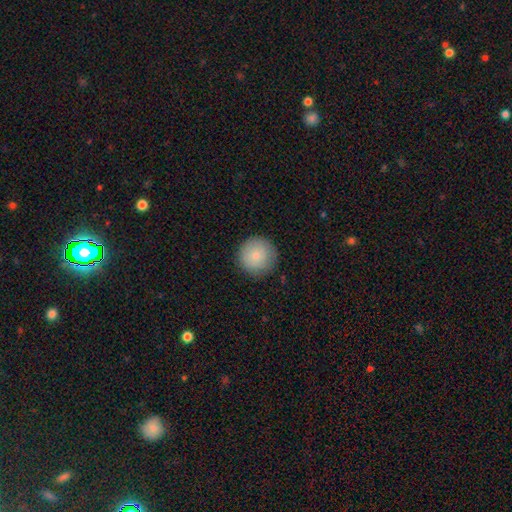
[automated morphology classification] smooth-or-featured: smooth: 83% | featured or disk: 10% | star or artifact: 7%
  how-rounded: round: 96% | in between: 3% | cigar-shaped: 1%
  merging: none: 87% | minor disturbance: 10% | major disturbance: 2% | merger: 1%